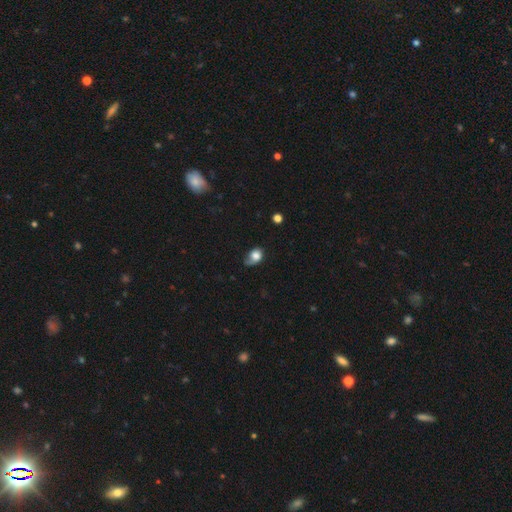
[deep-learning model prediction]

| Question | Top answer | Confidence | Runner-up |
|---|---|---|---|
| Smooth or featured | smooth | 71% | featured or disk (20%) |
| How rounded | in between | 60% | round (39%) |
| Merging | minor disturbance | 38% | none (36%) |